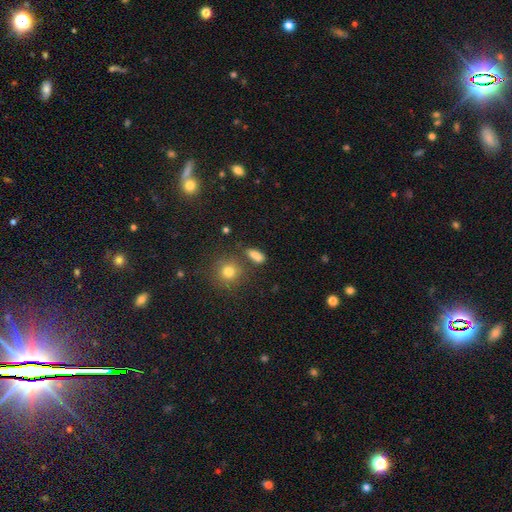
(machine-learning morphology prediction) smooth-or-featured: smooth: 81% | star or artifact: 12% | featured or disk: 7%
  how-rounded: in between: 69% | cigar-shaped: 20% | round: 11%
  merging: none: 72% | minor disturbance: 15% | merger: 8% | major disturbance: 5%